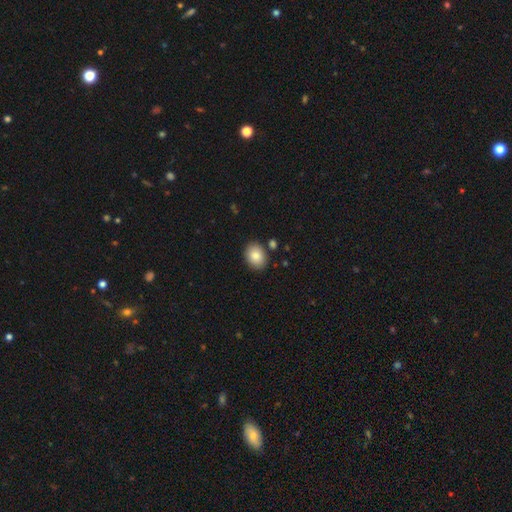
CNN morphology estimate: A smooth galaxy with no disk features (84%) that is in between round and cigar-shaped (61%).

Vote fractions:
- Smooth or featured? smooth: 84% / featured or disk: 8% / star or artifact: 8%
- How rounded? in between: 61% / round: 38% / cigar-shaped: 1%
- Merging? none: 85% / minor disturbance: 9% / merger: 4% / major disturbance: 2%